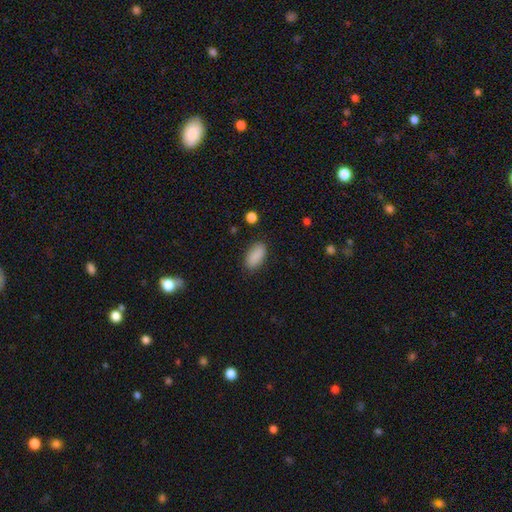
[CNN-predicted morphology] This appears to be a smooth galaxy with no disk features (89%) that is in between round and cigar-shaped (91%). Merging: none (85%).